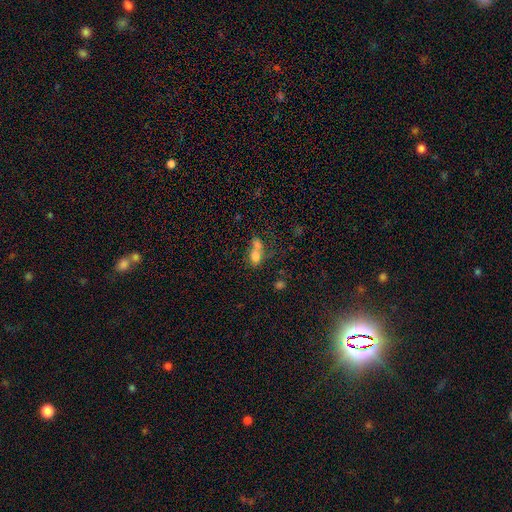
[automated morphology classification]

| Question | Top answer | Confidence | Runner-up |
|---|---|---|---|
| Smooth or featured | smooth | 73% | featured or disk (14%) |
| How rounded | in between | 57% | round (40%) |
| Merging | merger | 58% | none (25%) |